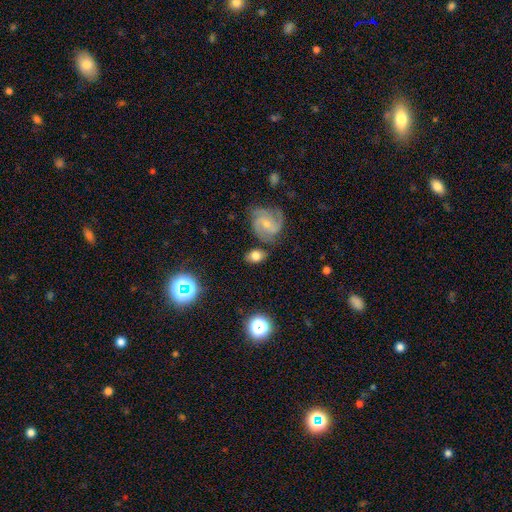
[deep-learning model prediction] Q: Smooth or featured?
A: smooth (61%); runner-up: featured or disk (27%)
Q: How rounded?
A: in between (66%); runner-up: round (31%)
Q: Merging?
A: none (71%); runner-up: minor disturbance (16%)